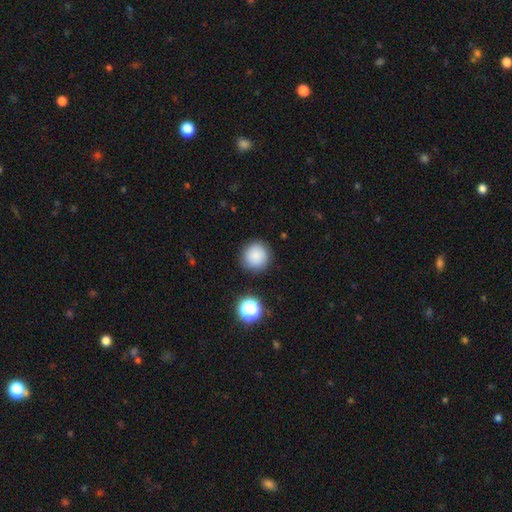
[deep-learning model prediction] The model was most divided on "smooth or featured": smooth: 85%, star or artifact: 10%, featured or disk: 5%. More confident: how rounded — round (93%); merging — none (87%).